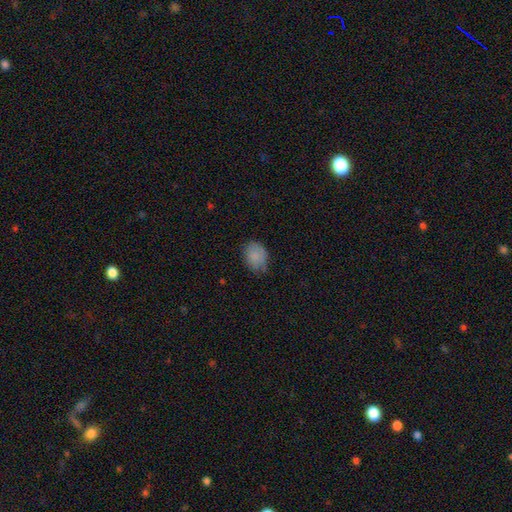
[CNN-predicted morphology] A smooth galaxy with no disk features (84%) that is in between round and cigar-shaped (58%). Merging: none (61%).